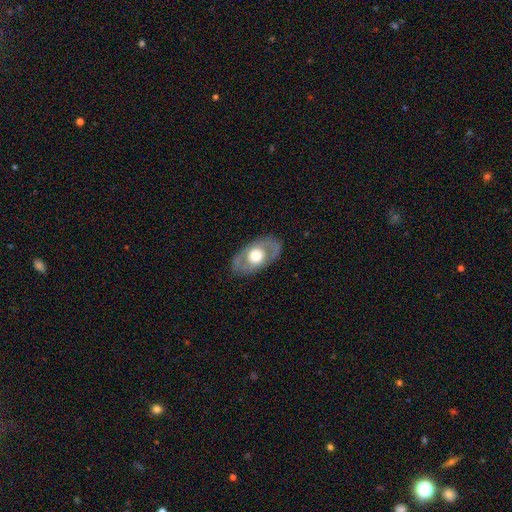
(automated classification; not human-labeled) Q: Smooth or featured?
A: featured or disk (62%); runner-up: smooth (33%)
Q: Edge-on disk?
A: no (89%); runner-up: yes (11%)
Q: Bar?
A: no (84%); runner-up: weak (12%)
Q: Spiral arms?
A: no (69%); runner-up: yes (31%)
Q: Bulge size?
A: moderate (51%); runner-up: large (40%)
Q: Merging?
A: none (84%); runner-up: minor disturbance (11%)